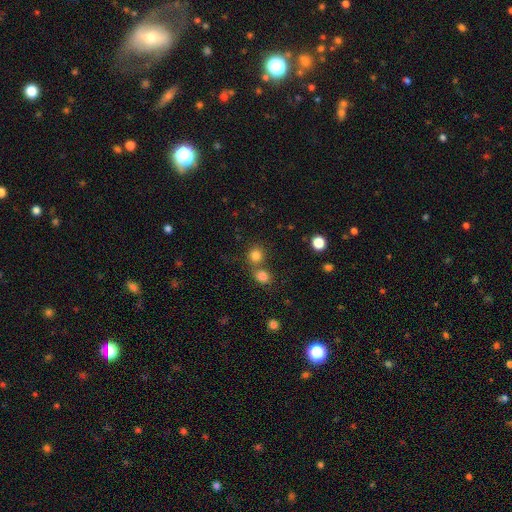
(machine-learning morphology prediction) Smooth or featured?
  - smooth: 81% *
  - star or artifact: 13%
  - featured or disk: 6%
How rounded?
  - round: 87% *
  - in between: 12%
  - cigar-shaped: 1%
Merging?
  - none: 57% *
  - merger: 33%
  - minor disturbance: 7%
  - major disturbance: 3%